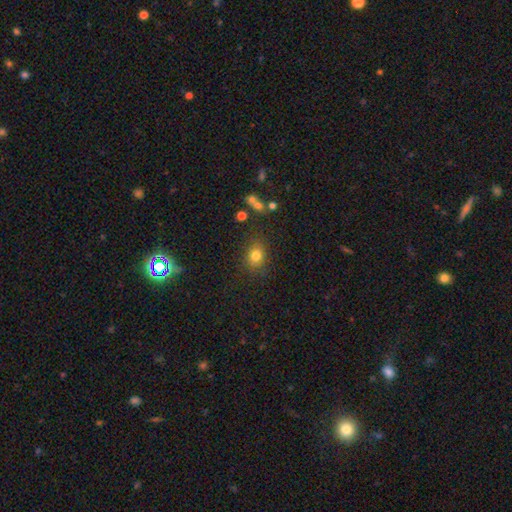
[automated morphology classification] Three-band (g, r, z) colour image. It shows a smooth galaxy with no disk features (80%) that is round (58%). Merging: none (81%).